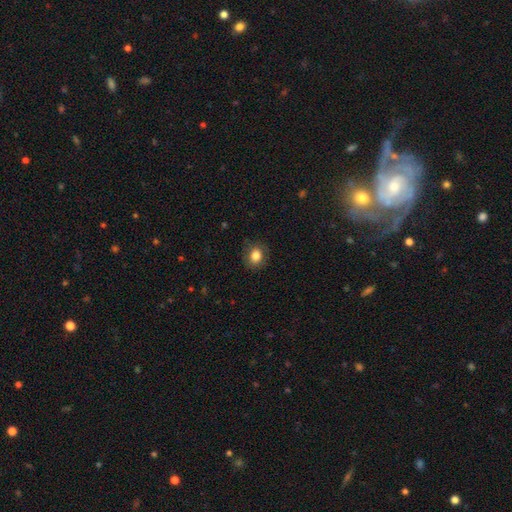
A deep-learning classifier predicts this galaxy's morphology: smooth 83%, star or artifact 10%, featured or disk 8%. Down the decision tree: how rounded — round (67%); merging — none (85%).